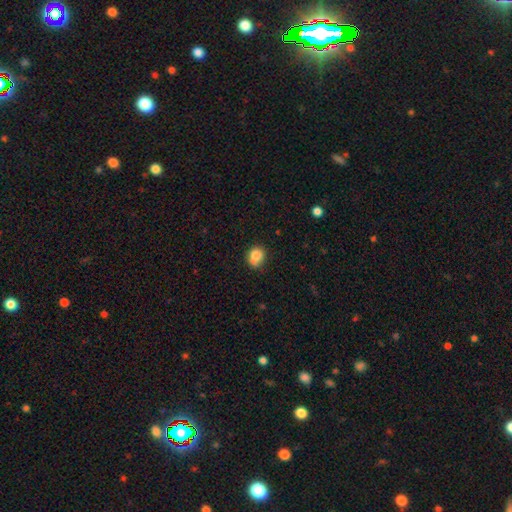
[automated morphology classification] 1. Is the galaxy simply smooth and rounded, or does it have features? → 80% smooth, 10% star or artifact, 9% featured or disk.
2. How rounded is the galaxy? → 72% round, 27% in between, 1% cigar-shaped.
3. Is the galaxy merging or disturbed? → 60% none, 25% minor disturbance, 9% merger, 6% major disturbance.